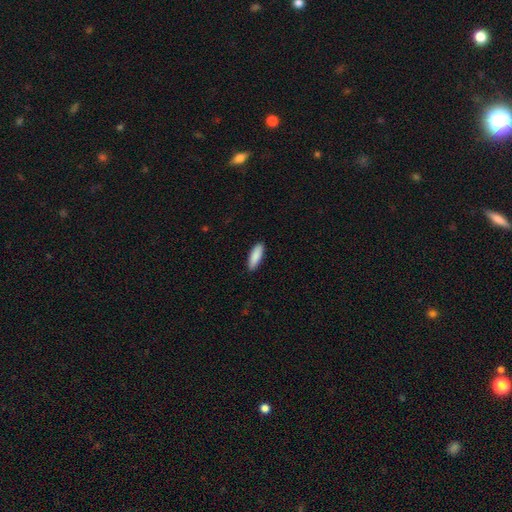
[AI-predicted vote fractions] Smooth or featured: smooth — 89% (featured or disk — 5%)
How rounded: in between — 54% (cigar-shaped — 44%)
Merging: none — 89% (minor disturbance — 8%)